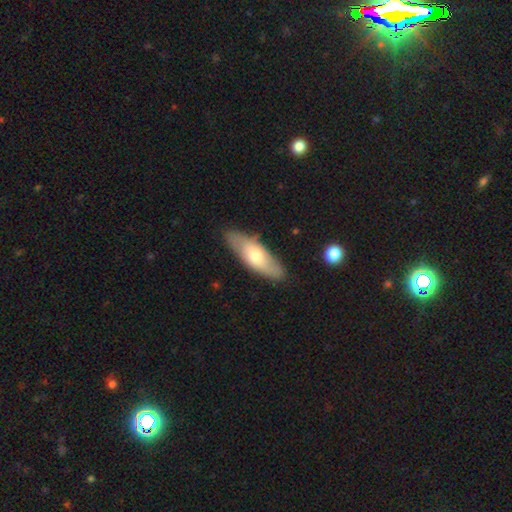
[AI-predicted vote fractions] Smooth or featured? Predicted: smooth (p=0.60). How rounded? Predicted: in between (p=0.62). Merging? Predicted: none (p=0.82).